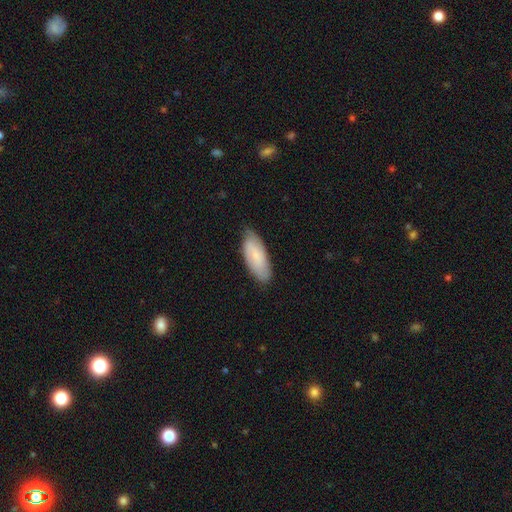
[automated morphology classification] Smooth or featured: smooth — 64% (featured or disk — 30%)
How rounded: in between — 76% (cigar-shaped — 22%)
Merging: none — 76% (minor disturbance — 20%)